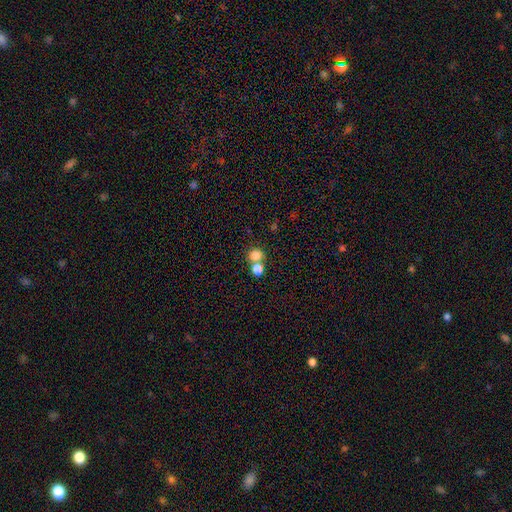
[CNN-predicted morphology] smooth_or_featured: smooth (p=0.80) [alt: star or artifact p=0.13]
how_rounded: round (p=0.86) [alt: in between p=0.13]
merging: none (p=0.50) [alt: merger p=0.41]